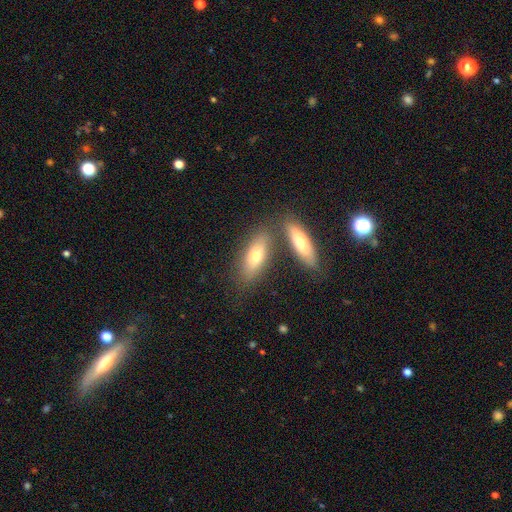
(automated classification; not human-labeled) smooth-or-featured: smooth: 67% | featured or disk: 26% | star or artifact: 7%
  how-rounded: in between: 65% | cigar-shaped: 31% | round: 4%
  merging: none: 59% | merger: 26% | minor disturbance: 11% | major disturbance: 4%